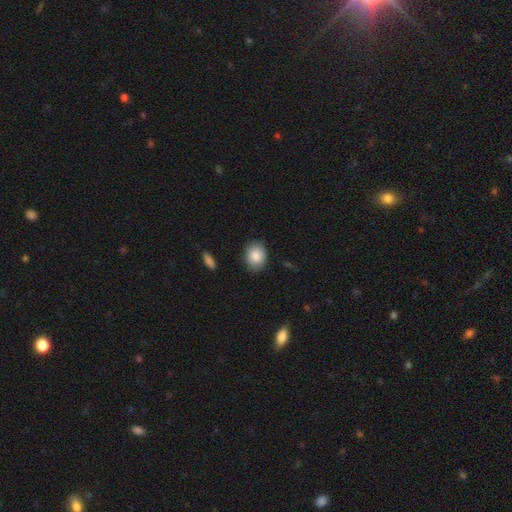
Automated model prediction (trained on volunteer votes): A smooth galaxy with no disk features (87%) that is in between round and cigar-shaped (60%). Merging: none (85%).